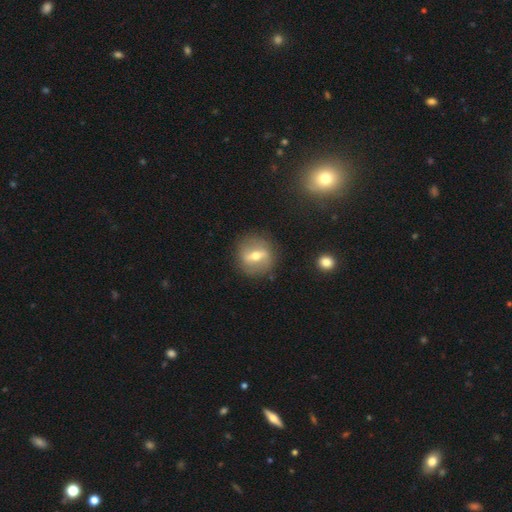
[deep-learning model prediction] Smooth or featured?
  - featured or disk: 63% *
  - smooth: 29%
  - star or artifact: 8%
Edge-on disk?
  - no: 77% *
  - yes: 23%
Merging?
  - none: 84% *
  - minor disturbance: 10%
  - major disturbance: 4%
  - merger: 2%